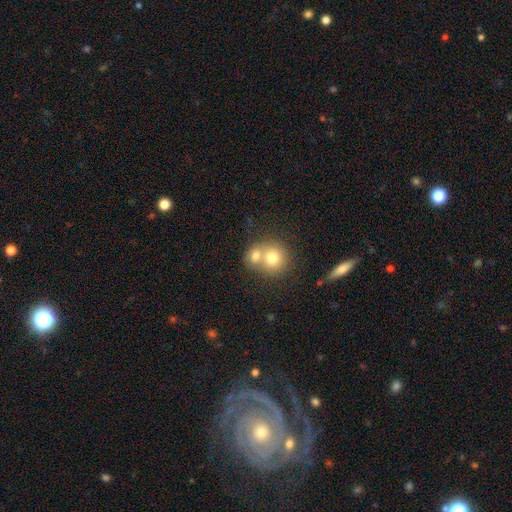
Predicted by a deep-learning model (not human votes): Morphology: type=smooth (72%); roundness=round (76%); merging=merger (62%).